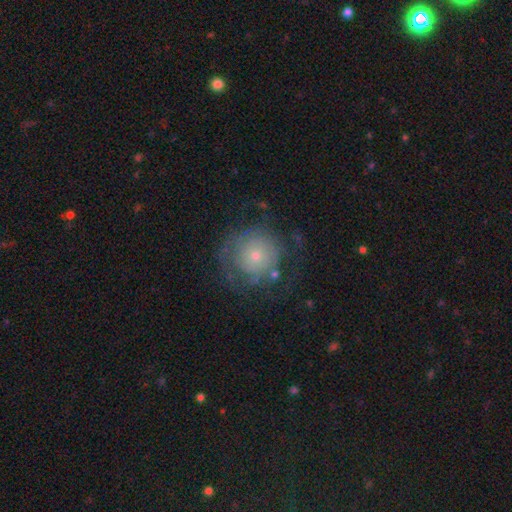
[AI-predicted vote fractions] The model was most divided on "smooth or featured": featured or disk: 52%, smooth: 39%, star or artifact: 9%. More confident: edge-on disk — no (97%); bar — no (86%); spiral arms — yes (67%); bulge size — small (64%); merging — none (61%).